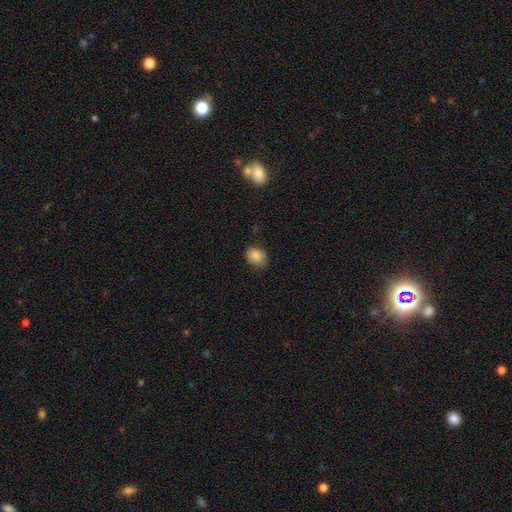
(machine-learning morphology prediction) This appears to be a smooth galaxy with no disk features (87%) that is in between round and cigar-shaped (56%). Merging: none (75%).